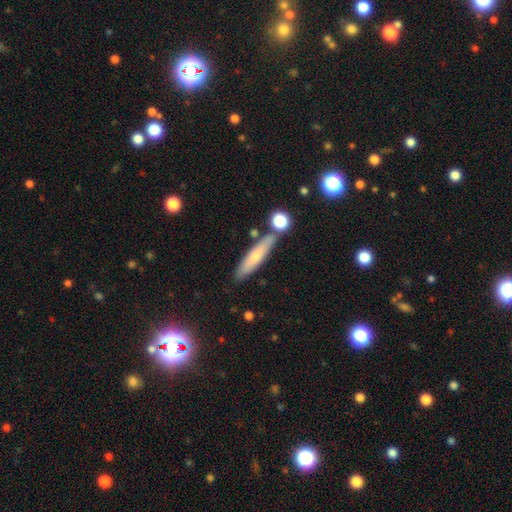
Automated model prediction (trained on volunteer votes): Smooth or featured: smooth — 61% (featured or disk — 31%)
How rounded: cigar-shaped — 81% (in between — 17%)
Merging: none — 77% (minor disturbance — 12%)